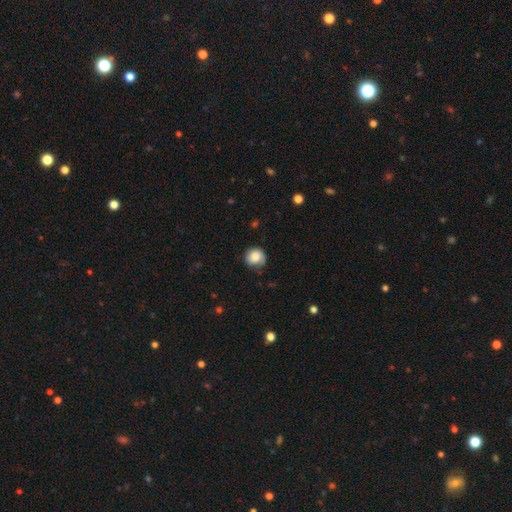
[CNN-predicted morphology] smooth_or_featured: smooth (p=0.80) [alt: featured or disk p=0.12]
how_rounded: round (p=0.87) [alt: in between p=0.12]
merging: none (p=0.68) [alt: minor disturbance p=0.24]